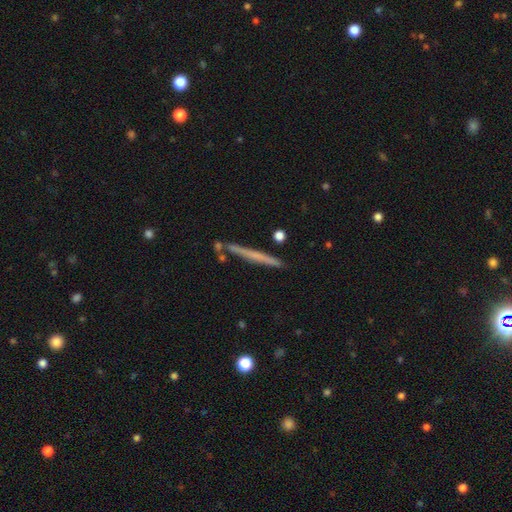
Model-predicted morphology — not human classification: Smooth or featured: featured or disk — 48% (smooth — 46%)
Merging: none — 86% (minor disturbance — 9%)